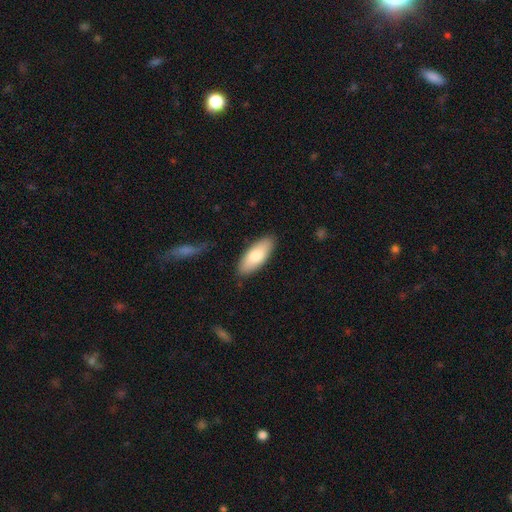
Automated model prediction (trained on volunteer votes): Morphology: type=smooth (77%); roundness=in between (79%); merging=none (86%).